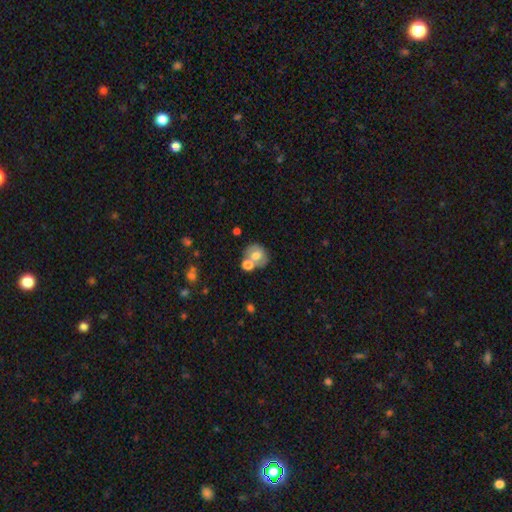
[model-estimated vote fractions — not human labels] Smooth or featured: smooth — 62% (featured or disk — 28%)
How rounded: round — 70% (in between — 30%)
Merging: none — 47% (merger — 33%)